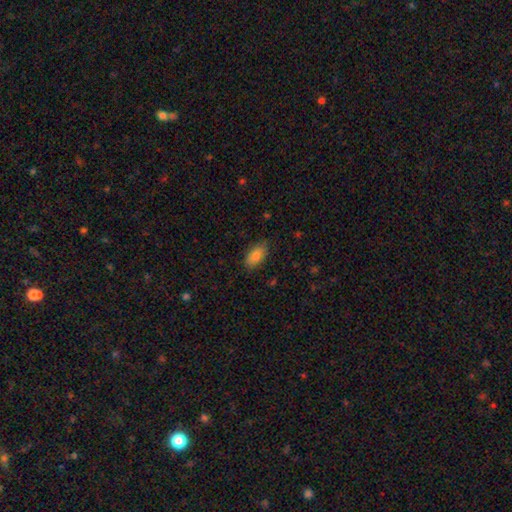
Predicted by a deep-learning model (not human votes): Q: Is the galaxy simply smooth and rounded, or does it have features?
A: smooth — 84%.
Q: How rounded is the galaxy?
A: in between — 92%.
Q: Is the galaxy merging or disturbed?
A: none — 83%.